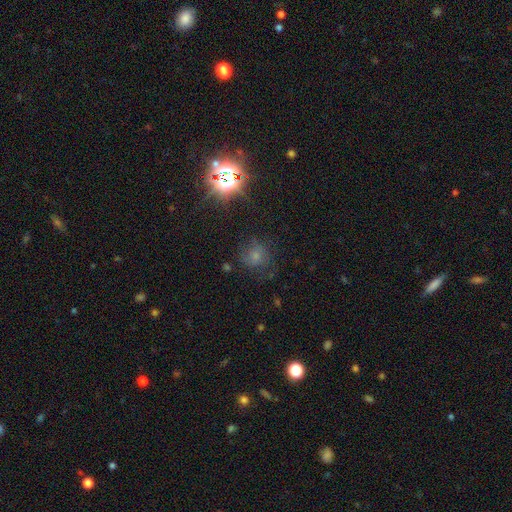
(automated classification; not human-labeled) A smooth galaxy with no disk features (51%) that is round (81%). Merging: none (65%).